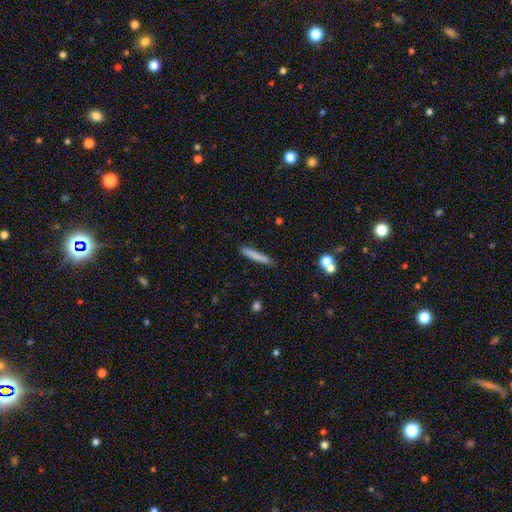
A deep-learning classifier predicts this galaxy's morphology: Overall: smooth (78%). How rounded: cigar-shaped (95%). Merging: none (88%).